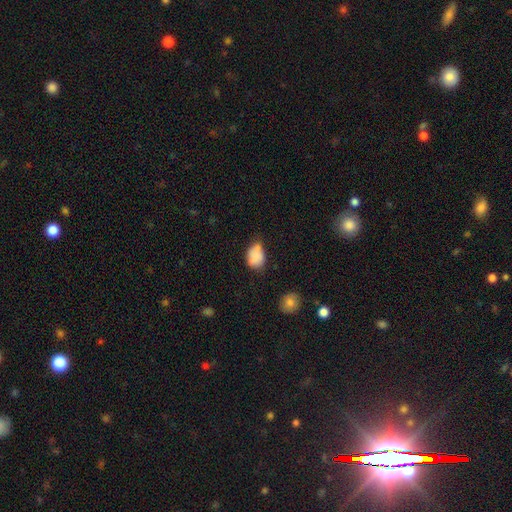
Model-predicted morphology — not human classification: Smooth or featured: smooth — 81% (featured or disk — 10%)
How rounded: in between — 69% (round — 29%)
Merging: minor disturbance — 41% (none — 39%)